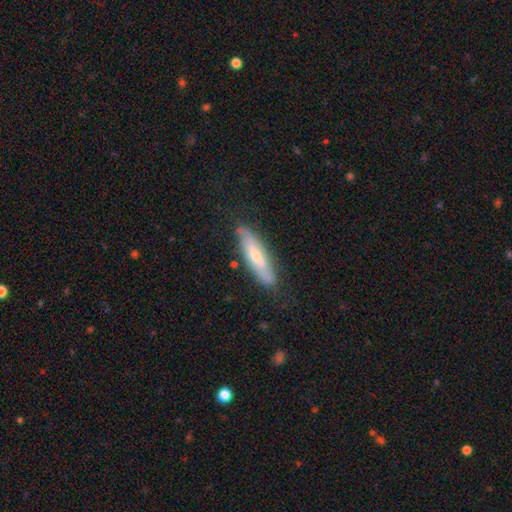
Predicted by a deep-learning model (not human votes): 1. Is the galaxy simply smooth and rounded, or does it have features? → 51% smooth, 43% featured or disk, 6% star or artifact.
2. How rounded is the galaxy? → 69% cigar-shaped, 29% in between, 2% round.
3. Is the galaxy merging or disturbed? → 78% none, 17% minor disturbance, 3% major disturbance, 2% merger.